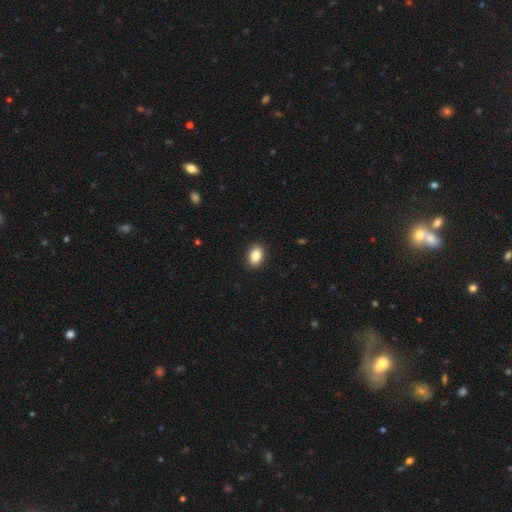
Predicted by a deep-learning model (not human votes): smooth-or-featured: smooth: 86% | star or artifact: 8% | featured or disk: 6%
  how-rounded: in between: 84% | round: 14% | cigar-shaped: 1%
  merging: none: 91% | minor disturbance: 7% | major disturbance: 2% | merger: 1%